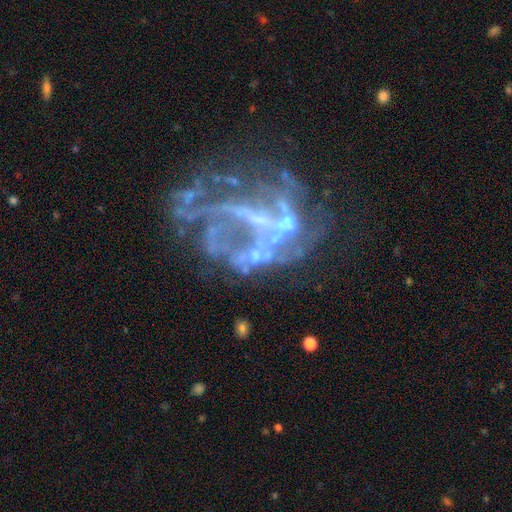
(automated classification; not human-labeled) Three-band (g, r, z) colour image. It shows a featured or disk galaxy (75%) with no bar (57%), no spiral arms (62%) and no central bulge (63%). Merging: major disturbance (40%).